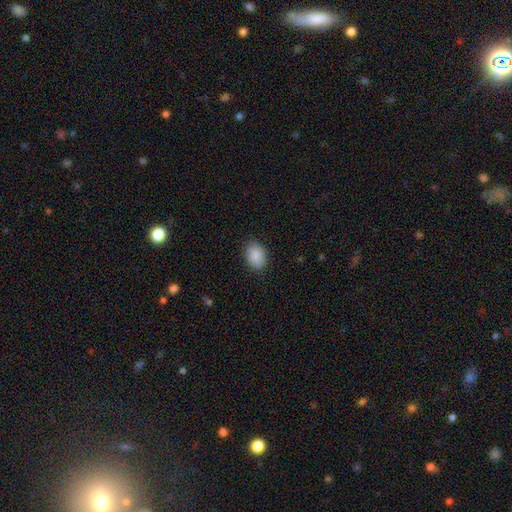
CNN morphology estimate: type=smooth (88%); roundness=in between (77%); merging=none (87%).